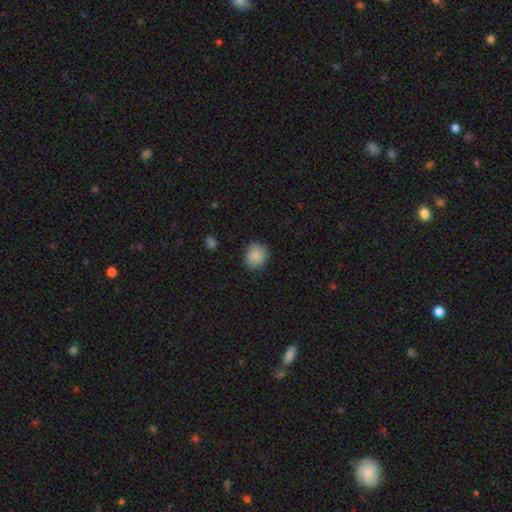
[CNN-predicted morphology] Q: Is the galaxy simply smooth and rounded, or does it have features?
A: smooth — 88%.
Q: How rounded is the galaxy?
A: round — 76%.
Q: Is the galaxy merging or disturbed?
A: none — 83%.